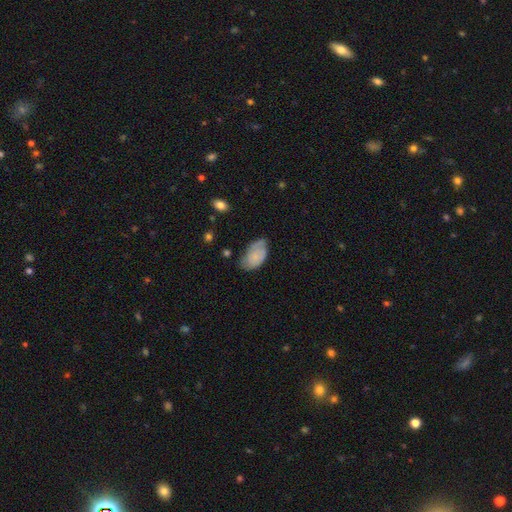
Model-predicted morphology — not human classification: Smooth or featured? Predicted: smooth (p=0.75). How rounded? Predicted: in between (p=0.93). Merging? Predicted: none (p=0.51).